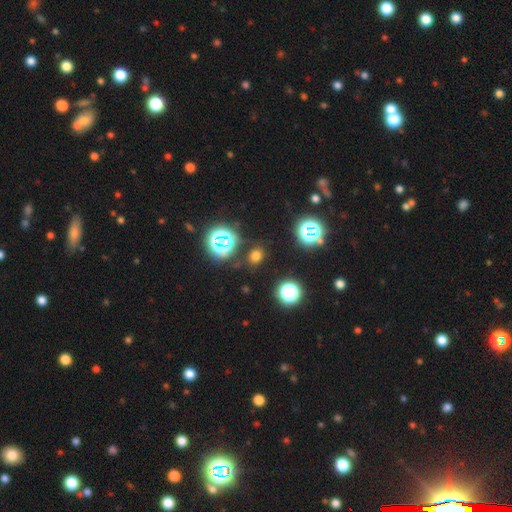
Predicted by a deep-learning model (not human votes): Morphology: type=smooth (65%); roundness=round (58%); merging=none (83%).